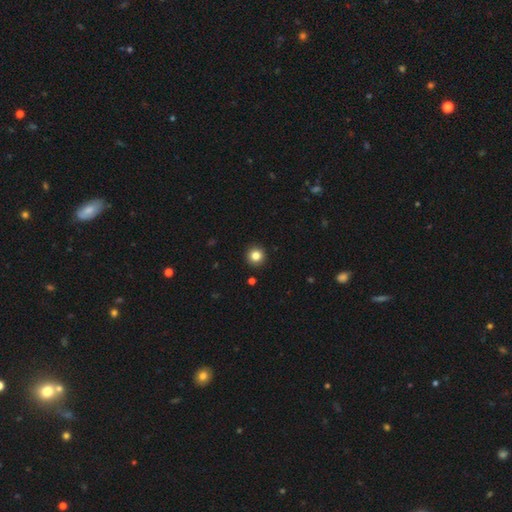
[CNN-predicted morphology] type=smooth (84%); roundness=round (95%); merging=none (93%).